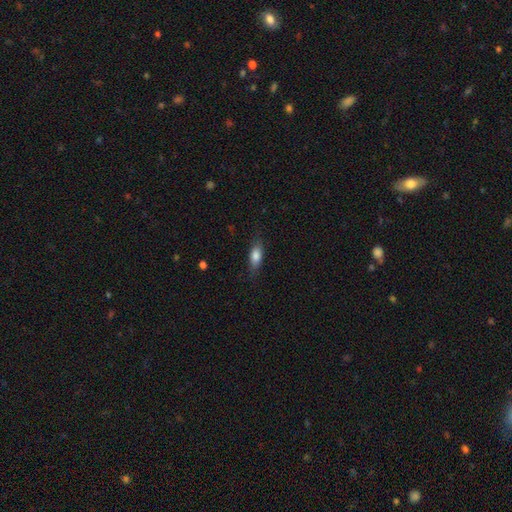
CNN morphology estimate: This is likely a smooth galaxy (77%). How rounded: likely in between (70%). Merging: likely none (77%).